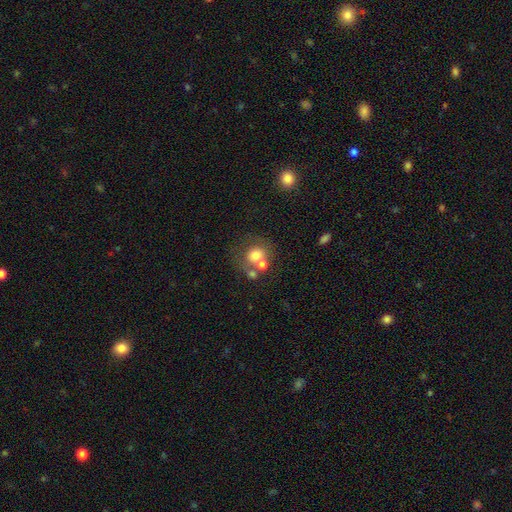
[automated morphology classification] Smooth or featured?
  - smooth: 67% *
  - featured or disk: 21%
  - star or artifact: 12%
How rounded?
  - round: 78% *
  - in between: 21%
  - cigar-shaped: 1%
Merging?
  - none: 45% *
  - merger: 36%
  - minor disturbance: 11%
  - major disturbance: 8%